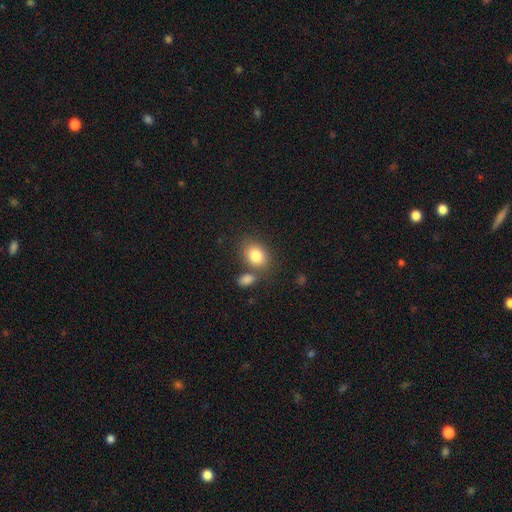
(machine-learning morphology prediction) smooth_or_featured: smooth (p=0.82) [alt: featured or disk p=0.09]
how_rounded: in between (p=0.63) [alt: round p=0.36]
merging: none (p=0.64) [alt: merger p=0.20]